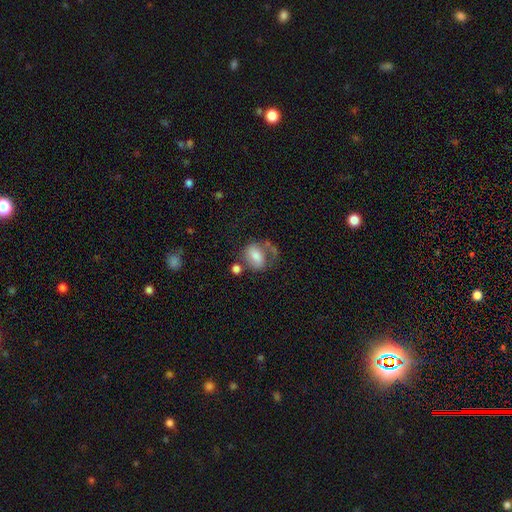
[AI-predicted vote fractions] Morphology: type=smooth (62%); roundness=in between (69%); merging=none (38%).